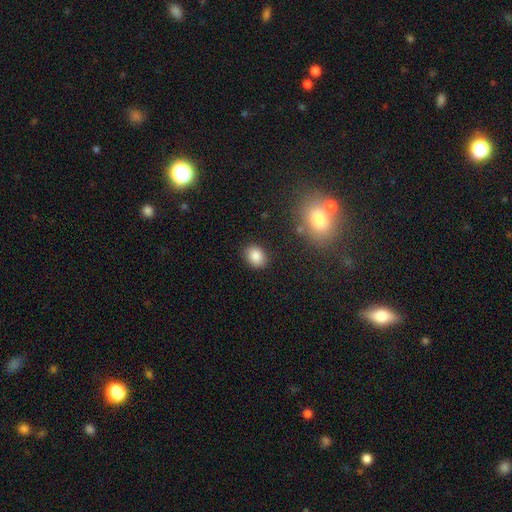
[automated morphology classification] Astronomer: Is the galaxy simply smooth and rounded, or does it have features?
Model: smooth — 85%.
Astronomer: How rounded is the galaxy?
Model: in between — 59% (runner-up: round, 40%).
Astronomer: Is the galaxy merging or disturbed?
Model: none — 86%.